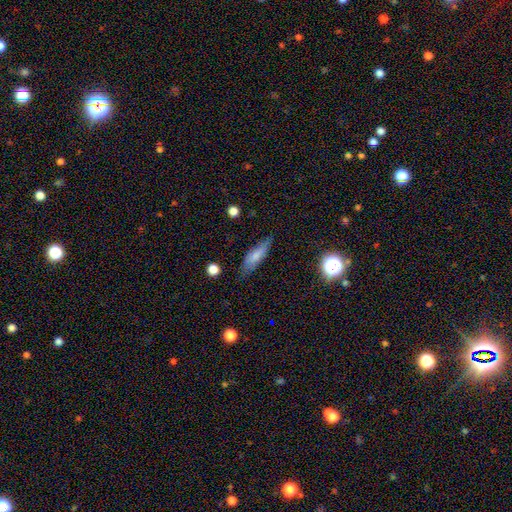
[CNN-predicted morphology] A smooth galaxy with no disk features (71%) that is cigar-shaped (55%).

Vote fractions:
- Smooth or featured? smooth: 71% / featured or disk: 21% / star or artifact: 8%
- How rounded? cigar-shaped: 55% / in between: 43% / round: 2%
- Merging? none: 76% / minor disturbance: 19% / major disturbance: 4% / merger: 2%